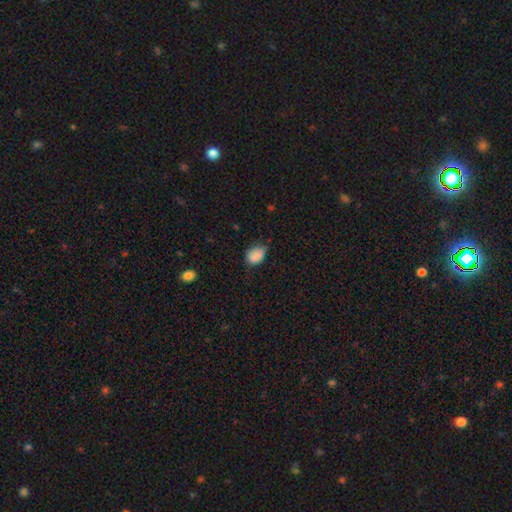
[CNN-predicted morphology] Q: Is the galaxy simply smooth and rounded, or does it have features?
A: smooth — 84%.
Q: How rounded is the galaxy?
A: in between — 74%.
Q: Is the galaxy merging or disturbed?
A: none — 46%.